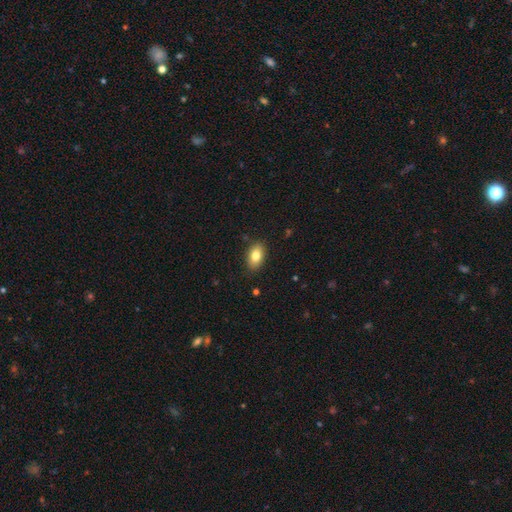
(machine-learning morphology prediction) smooth_or_featured: smooth (p=0.81) [alt: featured or disk p=0.11]
how_rounded: in between (p=0.88) [alt: round p=0.10]
merging: none (p=0.87) [alt: minor disturbance p=0.10]